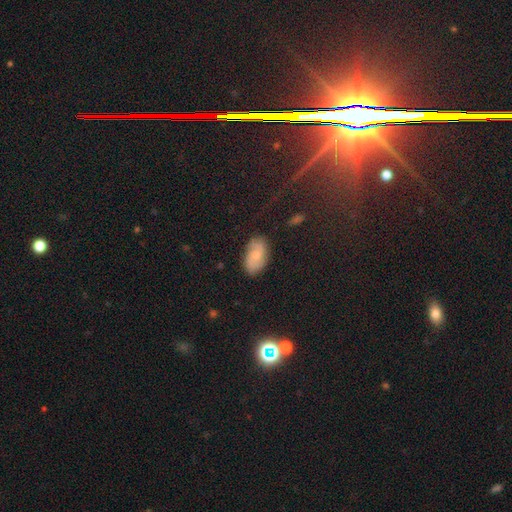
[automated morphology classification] Q: Smooth or featured?
A: smooth (46%); runner-up: featured or disk (45%)
Q: Merging?
A: none (80%); runner-up: minor disturbance (15%)